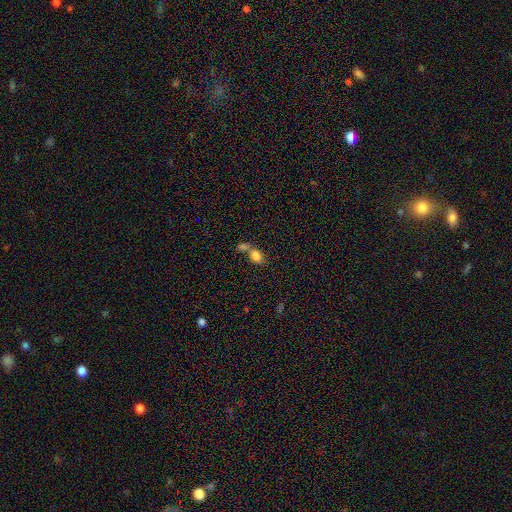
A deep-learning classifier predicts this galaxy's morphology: smooth-or-featured: smooth: 81% | featured or disk: 10% | star or artifact: 9%
  how-rounded: in between: 70% | round: 28% | cigar-shaped: 2%
  merging: merger: 58% | none: 28% | minor disturbance: 8% | major disturbance: 5%